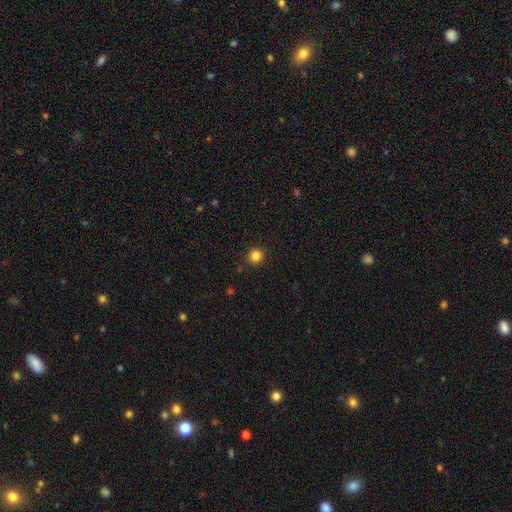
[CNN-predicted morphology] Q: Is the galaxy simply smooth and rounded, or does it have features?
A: smooth — 84%.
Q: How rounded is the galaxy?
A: round — 91%.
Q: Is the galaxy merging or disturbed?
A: none — 90%.